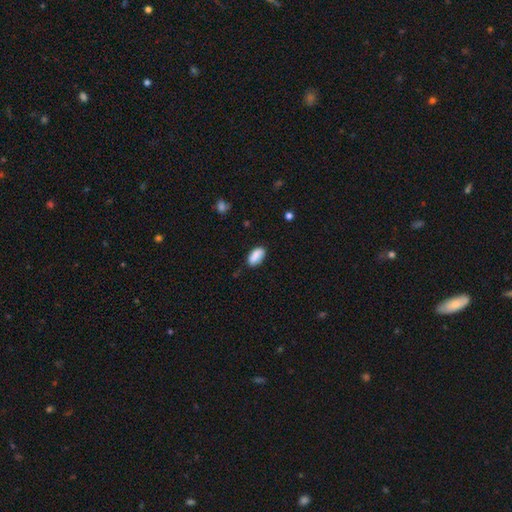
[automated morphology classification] Smooth or featured? Predicted: smooth (p=0.87). How rounded? Predicted: in between (p=0.92). Merging? Predicted: none (p=0.77).